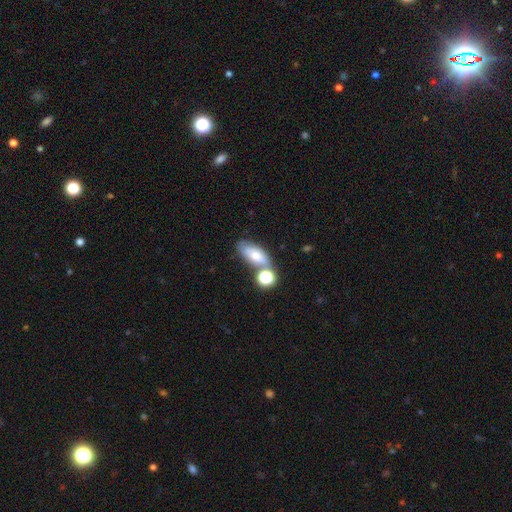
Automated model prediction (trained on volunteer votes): Q: Smooth or featured?
A: smooth (64%); runner-up: featured or disk (25%)
Q: How rounded?
A: in between (76%); runner-up: cigar-shaped (14%)
Q: Merging?
A: none (52%); runner-up: merger (26%)